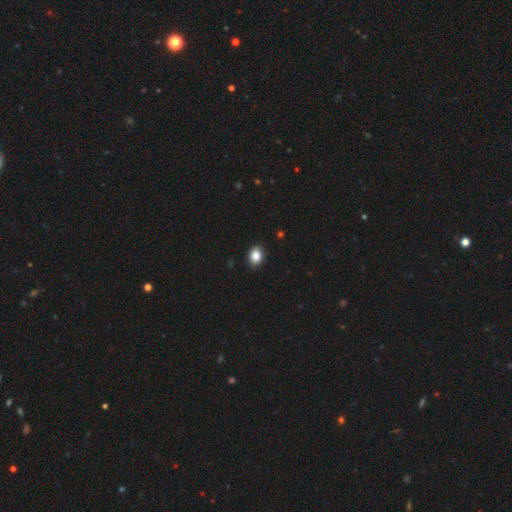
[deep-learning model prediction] This is clearly a smooth galaxy (87%). How rounded: likely in between (75%). Merging: clearly none (89%).